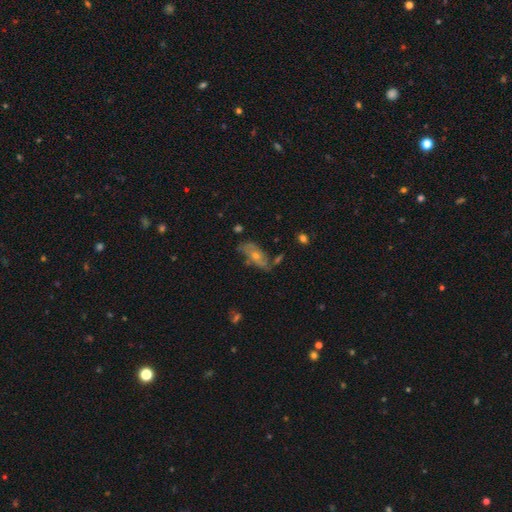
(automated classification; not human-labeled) This appears to be a featured or disk galaxy (64%) with no bar (75%), spiral arms (74%) and a small central bulge (48%). Merging: none (61%).